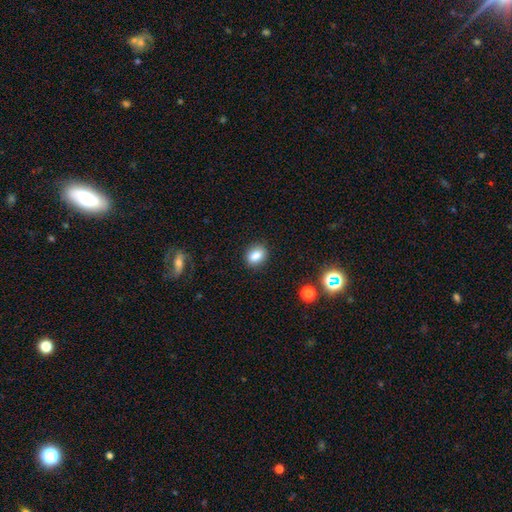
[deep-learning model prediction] Smooth or featured? smooth (84%)
How rounded? in between (60%)
Merging? none (87%)